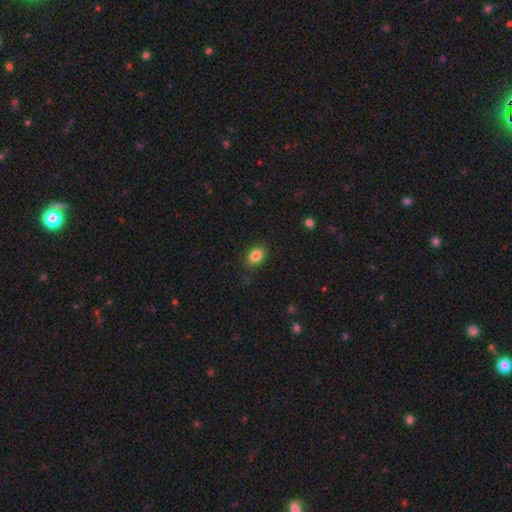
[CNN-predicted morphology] This appears to be a smooth galaxy with no disk features (85%) that is in between round and cigar-shaped (68%). Merging: none (84%).